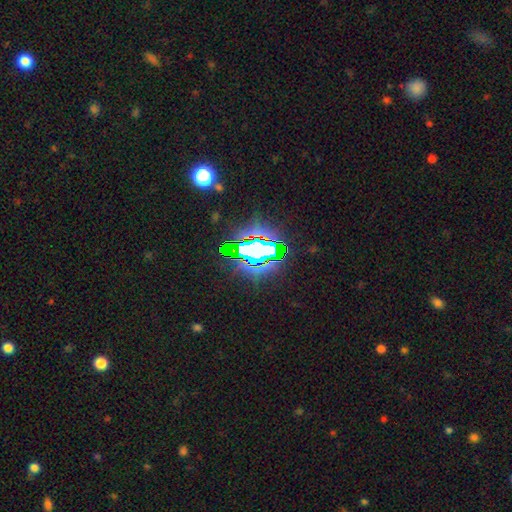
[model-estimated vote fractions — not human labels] Smooth or featured? Predicted: star or artifact (p=0.69).